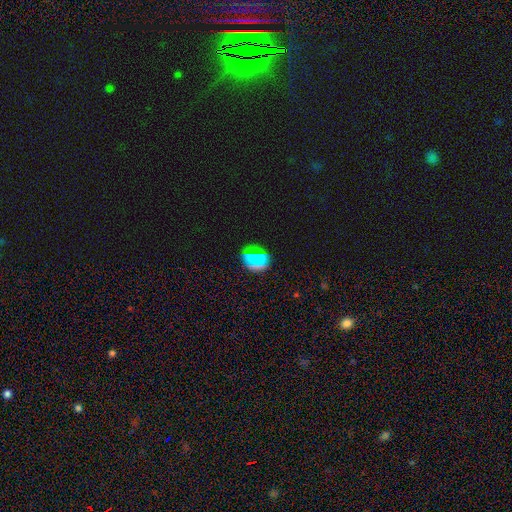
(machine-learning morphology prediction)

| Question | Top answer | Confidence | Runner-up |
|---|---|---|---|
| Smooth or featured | smooth | 61% | star or artifact (29%) |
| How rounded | round | 55% | in between (42%) |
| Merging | none | 80% | minor disturbance (13%) |